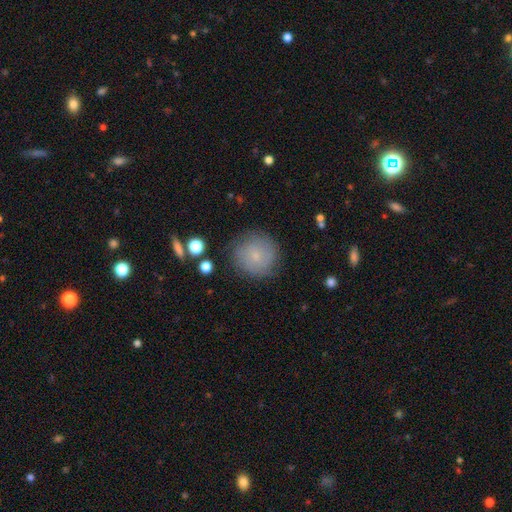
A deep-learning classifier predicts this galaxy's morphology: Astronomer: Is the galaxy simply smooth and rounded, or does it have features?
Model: smooth — 69%.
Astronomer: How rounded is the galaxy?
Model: round — 93%.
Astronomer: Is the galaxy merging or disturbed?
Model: none — 80%.